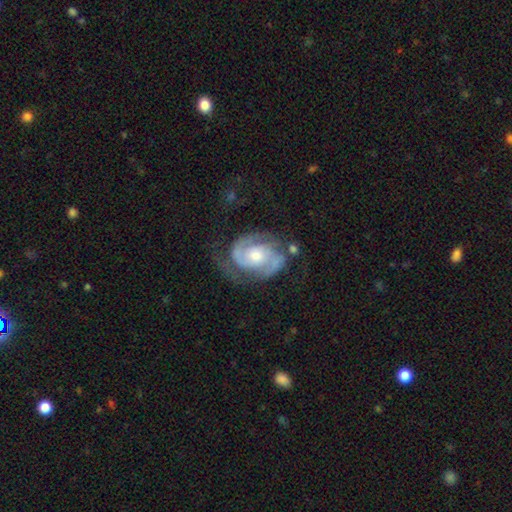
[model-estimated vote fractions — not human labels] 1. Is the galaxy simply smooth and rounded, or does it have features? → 89% featured or disk, 7% smooth, 5% star or artifact.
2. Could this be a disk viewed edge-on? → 98% no, 2% yes.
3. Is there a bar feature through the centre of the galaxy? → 65% no, 28% weak, 7% strong.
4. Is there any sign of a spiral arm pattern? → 97% yes, 3% no.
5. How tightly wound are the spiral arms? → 50% tight, 41% medium, 9% loose.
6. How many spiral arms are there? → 84% 2, 6% can't tell, 6% 3, 2% 1, 1% 4, 1% more than 4.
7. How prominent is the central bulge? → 59% moderate, 33% small, 5% large, 2% none, 1% dominant.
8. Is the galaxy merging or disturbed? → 65% none, 20% minor disturbance, 12% major disturbance, 3% merger.